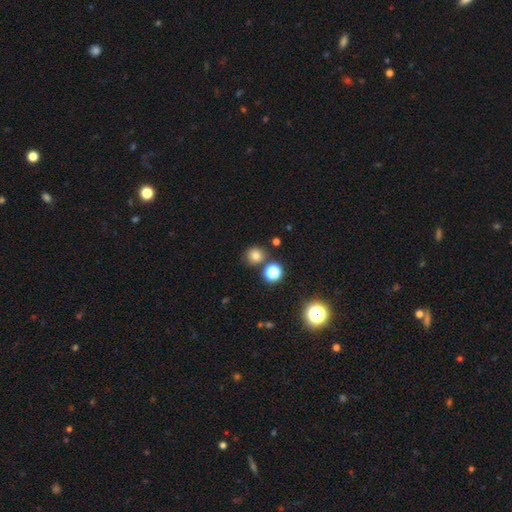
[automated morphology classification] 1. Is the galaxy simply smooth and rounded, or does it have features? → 75% smooth, 18% star or artifact, 6% featured or disk.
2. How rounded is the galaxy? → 89% round, 10% in between, 1% cigar-shaped.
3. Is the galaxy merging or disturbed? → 79% none, 9% merger, 9% minor disturbance, 3% major disturbance.